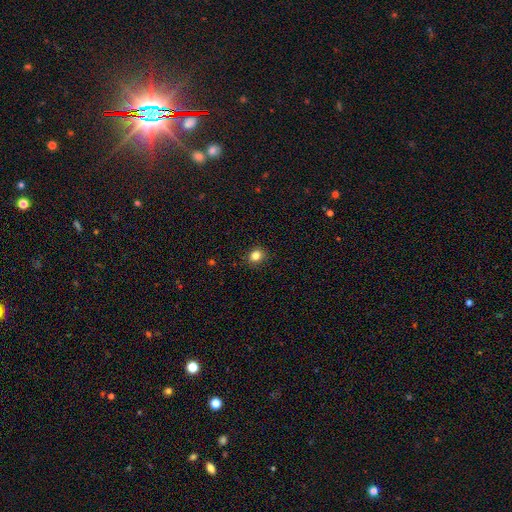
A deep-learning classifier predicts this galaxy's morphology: This is clearly a smooth galaxy (83%). How rounded: likely round (78%). Merging: clearly none (90%).